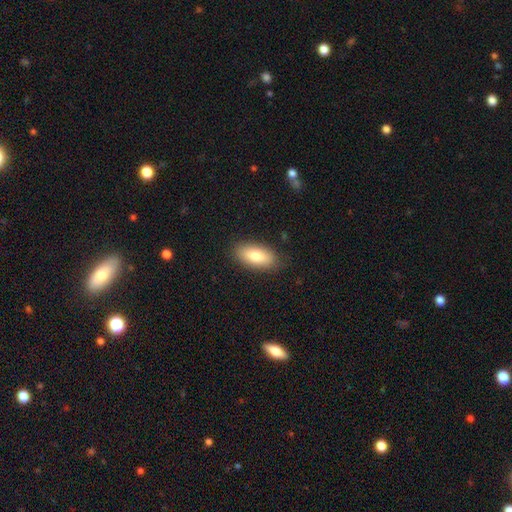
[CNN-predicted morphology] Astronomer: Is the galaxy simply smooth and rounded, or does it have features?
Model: smooth — 79%.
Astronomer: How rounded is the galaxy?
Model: in between — 88%.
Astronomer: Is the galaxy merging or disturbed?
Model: none — 86%.